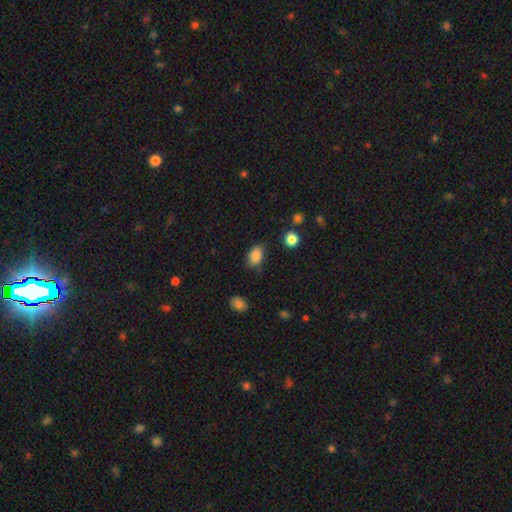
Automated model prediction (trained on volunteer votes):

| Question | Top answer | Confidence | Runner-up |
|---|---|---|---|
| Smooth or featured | smooth | 85% | star or artifact (9%) |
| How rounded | in between | 87% | round (11%) |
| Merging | none | 75% | minor disturbance (19%) |